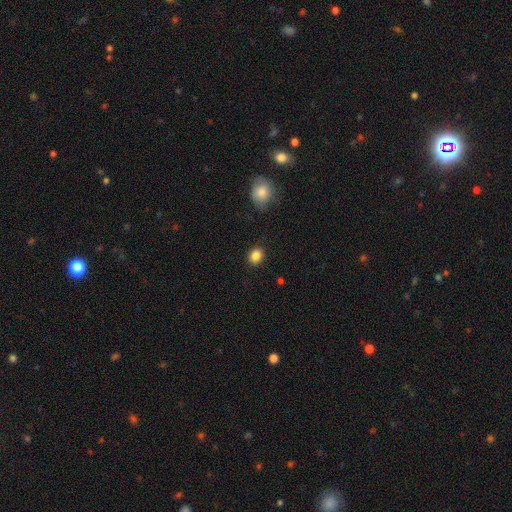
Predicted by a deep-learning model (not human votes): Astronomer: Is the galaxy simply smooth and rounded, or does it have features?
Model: smooth — 85%.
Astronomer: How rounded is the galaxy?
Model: round — 58% (runner-up: in between, 41%).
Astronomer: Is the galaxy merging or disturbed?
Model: none — 89%.